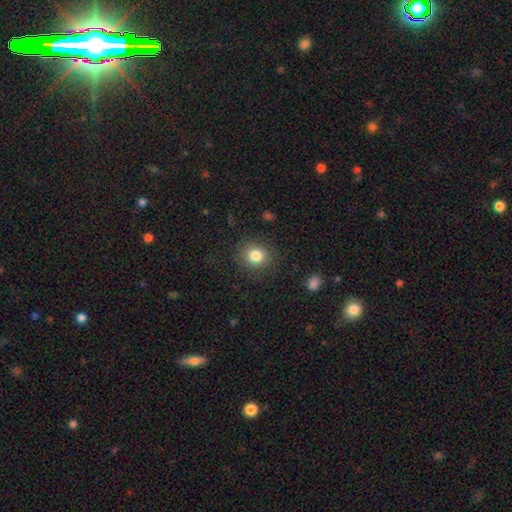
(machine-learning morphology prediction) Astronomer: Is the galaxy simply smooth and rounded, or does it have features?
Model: smooth — 82%.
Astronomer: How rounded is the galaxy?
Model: round — 82%.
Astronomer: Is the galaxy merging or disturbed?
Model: none — 87%.